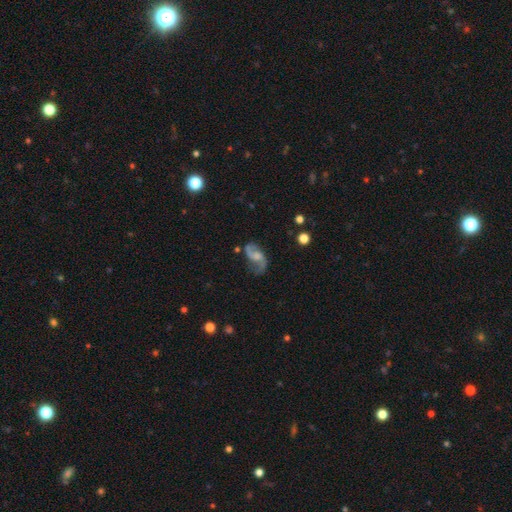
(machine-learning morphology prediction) featured or disk 79%, smooth 14%, star or artifact 7%. Down the decision tree: edge-on disk — no (97%); bar — no (52%); spiral arms — yes (94%); spiral arm count — 2 (90%); spiral winding — loose (65%); bulge size — moderate (31%, tied with small); merging — none (63%).